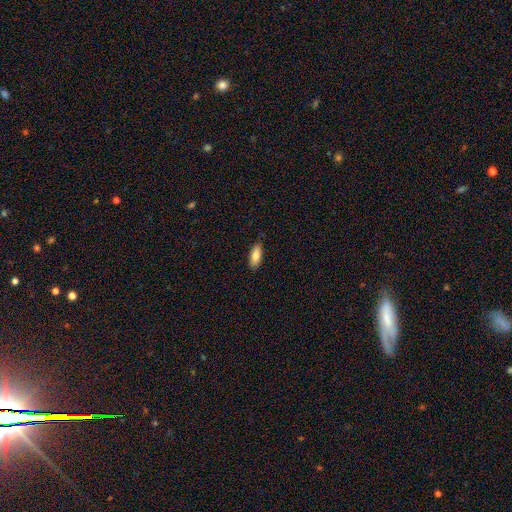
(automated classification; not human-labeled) Smooth or featured?
  - smooth: 85% *
  - featured or disk: 9%
  - star or artifact: 6%
How rounded?
  - in between: 77% *
  - cigar-shaped: 21%
  - round: 2%
Merging?
  - none: 87% *
  - minor disturbance: 11%
  - major disturbance: 2%
  - merger: 1%